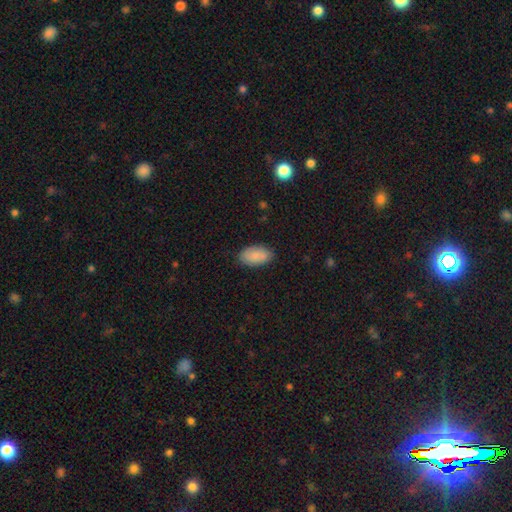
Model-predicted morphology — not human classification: smooth 82%, featured or disk 12%, star or artifact 7%. Down the decision tree: how rounded — in between (94%); merging — none (83%).